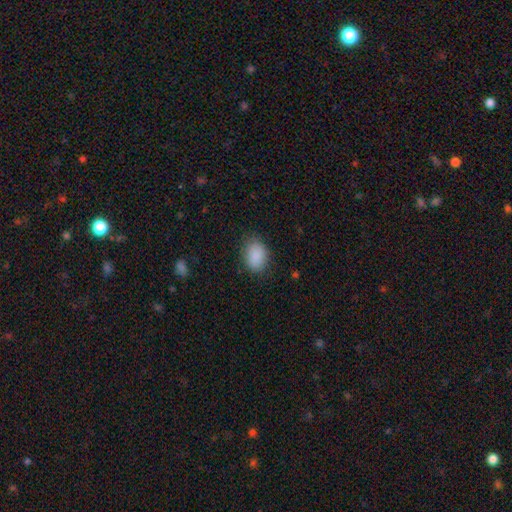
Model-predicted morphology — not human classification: This appears to be a smooth galaxy with no disk features (89%) that is in between round and cigar-shaped (73%). Merging: none (81%).